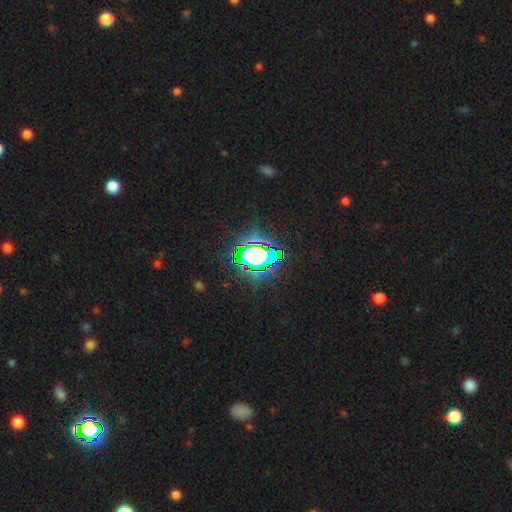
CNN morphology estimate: Overall: star or artifact (68%).